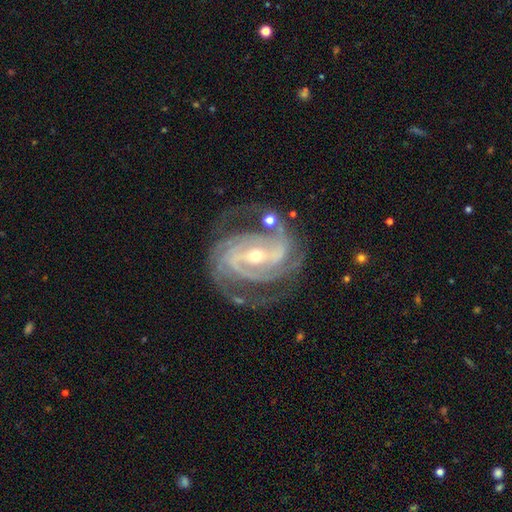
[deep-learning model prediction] Smooth or featured: featured or disk — 92% (star or artifact — 5%)
Edge-on disk: no — 97% (yes — 3%)
Bar: strong — 54% (weak — 32%)
Spiral arms: yes — 98% (no — 2%)
Spiral winding: tight — 56% (medium — 39%)
Spiral arm count: 2 — 39% (3 — 30%)
Bulge size: small — 56% (moderate — 41%)
Merging: none — 69% (minor disturbance — 17%)